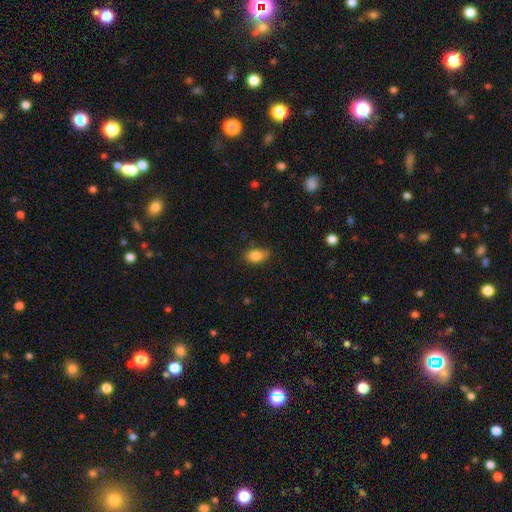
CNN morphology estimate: This is clearly a smooth galaxy (84%). How rounded: clearly in between (83%). Merging: likely none (66%).